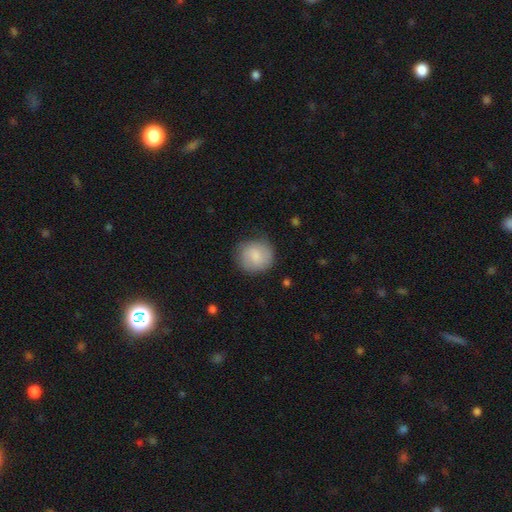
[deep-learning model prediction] This is likely a smooth galaxy (80%). How rounded: clearly round (89%). Merging: likely none (78%).